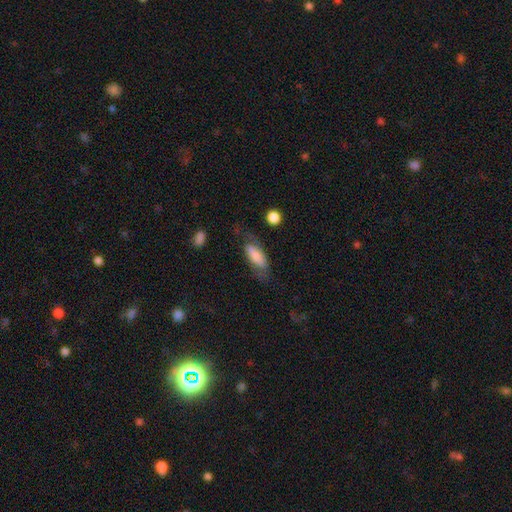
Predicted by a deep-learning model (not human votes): This is likely a smooth galaxy (62%). How rounded: likely in between (75%). Merging: possibly none (57%).